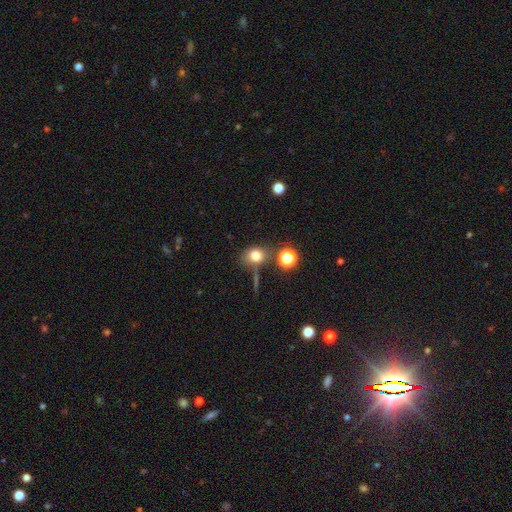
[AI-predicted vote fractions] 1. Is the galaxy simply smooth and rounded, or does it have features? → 76% smooth, 14% star or artifact, 10% featured or disk.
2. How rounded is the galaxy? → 50% round, 49% in between, 2% cigar-shaped.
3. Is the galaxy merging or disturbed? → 62% none, 17% minor disturbance, 14% merger, 8% major disturbance.